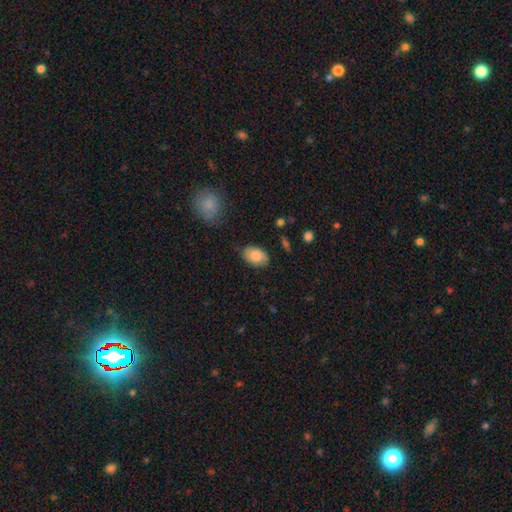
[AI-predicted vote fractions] A smooth galaxy with no disk features (80%) that is in between round and cigar-shaped (89%).

Vote fractions:
- Smooth or featured? smooth: 80% / featured or disk: 13% / star or artifact: 7%
- How rounded? in between: 89% / round: 10% / cigar-shaped: 1%
- Merging? none: 76% / minor disturbance: 18% / major disturbance: 4% / merger: 2%